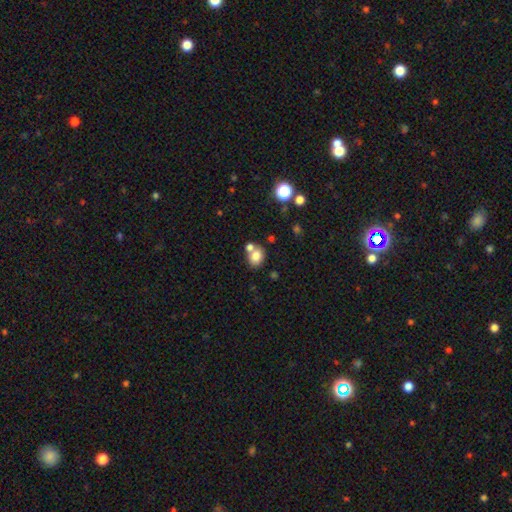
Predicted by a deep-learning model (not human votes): Smooth or featured? Predicted: smooth (p=0.79). How rounded? Predicted: round (p=0.51). Merging? Predicted: none (p=0.51).